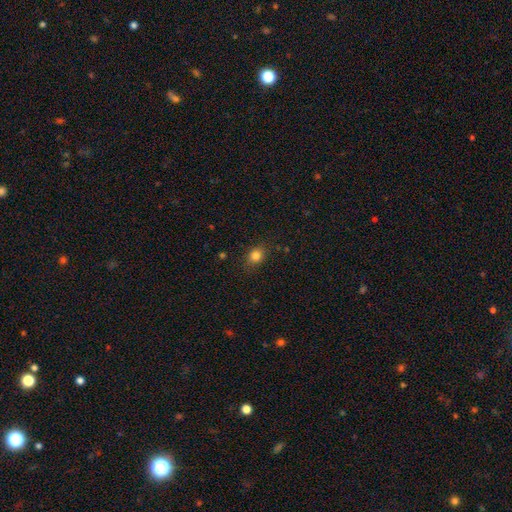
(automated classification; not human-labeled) A smooth galaxy with no disk features (82%) that is round (52%).

Vote fractions:
- Smooth or featured? smooth: 82% / star or artifact: 12% / featured or disk: 6%
- How rounded? round: 52% / in between: 47% / cigar-shaped: 1%
- Merging? none: 83% / minor disturbance: 13% / major disturbance: 3% / merger: 1%